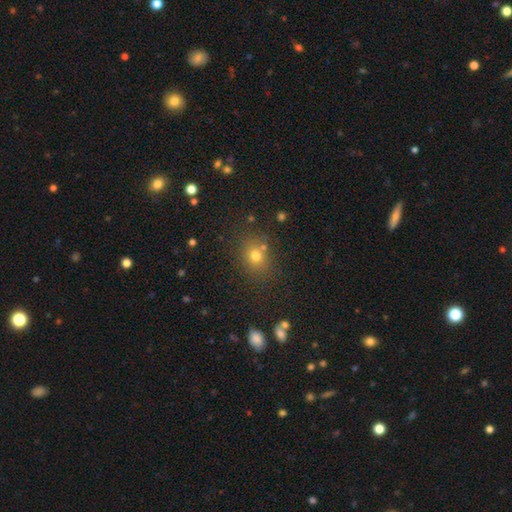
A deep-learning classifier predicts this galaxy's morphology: The model was most divided on "how rounded": round: 66%, in between: 33%, cigar-shaped: 1%. More confident: merging — none (76%); smooth or featured — smooth (71%).